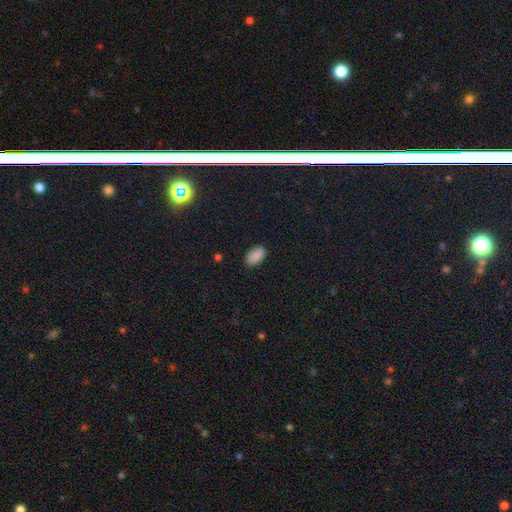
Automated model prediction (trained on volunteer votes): smooth_or_featured: smooth (p=0.88) [alt: star or artifact p=0.09]
how_rounded: in between (p=0.94) [alt: round p=0.04]
merging: none (p=0.87) [alt: minor disturbance p=0.10]